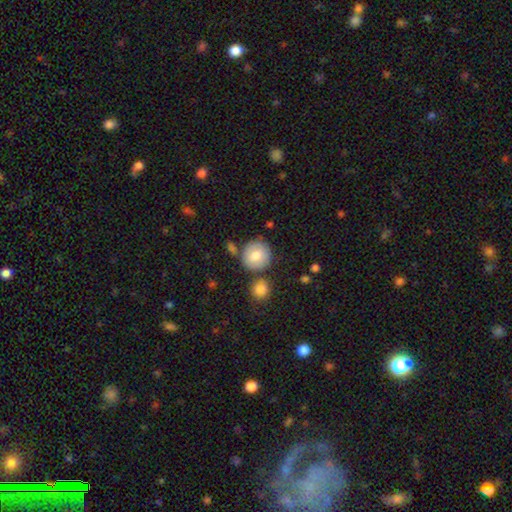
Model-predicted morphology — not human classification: Q: Smooth or featured?
A: smooth (78%); runner-up: featured or disk (15%)
Q: How rounded?
A: round (89%); runner-up: in between (10%)
Q: Merging?
A: none (75%); runner-up: minor disturbance (11%)